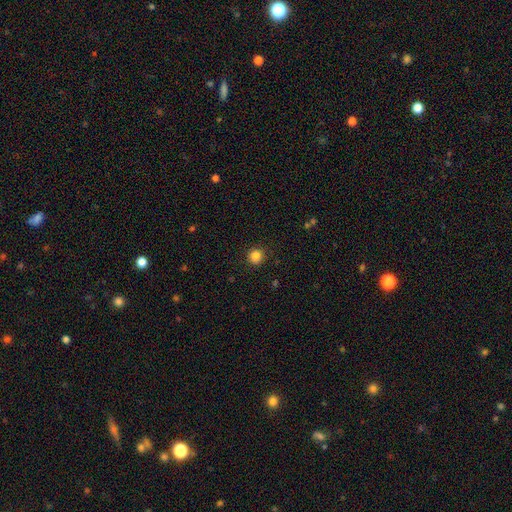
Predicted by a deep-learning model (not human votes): The model was most divided on "smooth or featured": smooth: 85%, star or artifact: 11%, featured or disk: 4%. More confident: how rounded — round (92%); merging — none (89%).